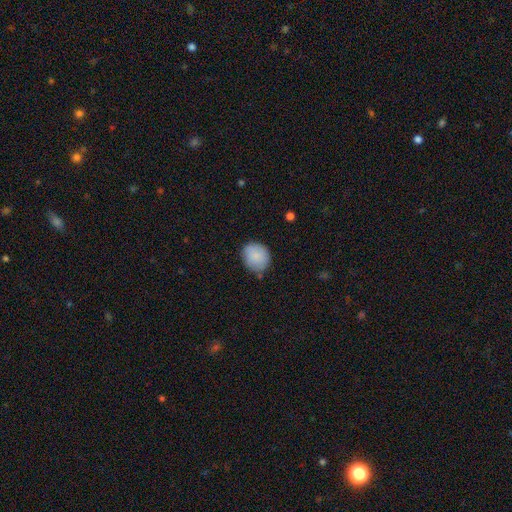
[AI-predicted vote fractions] This is clearly a smooth galaxy (85%). How rounded: likely round (75%). Merging: likely none (72%).